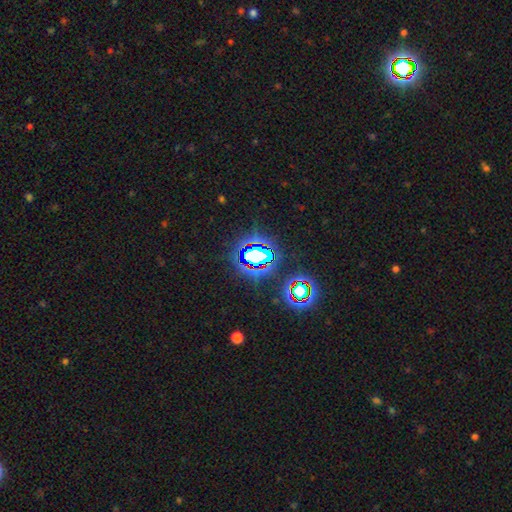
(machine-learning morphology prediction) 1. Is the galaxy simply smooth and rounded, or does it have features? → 69% star or artifact, 18% smooth, 13% featured or disk.